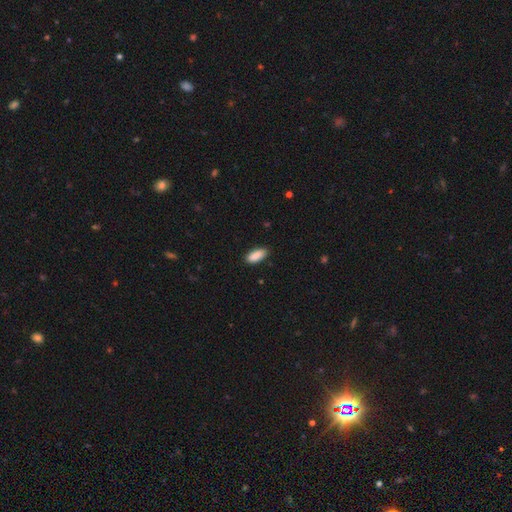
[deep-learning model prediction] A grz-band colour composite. It shows a smooth galaxy with no disk features (90%) that is in between round and cigar-shaped (85%). Merging: none (85%).